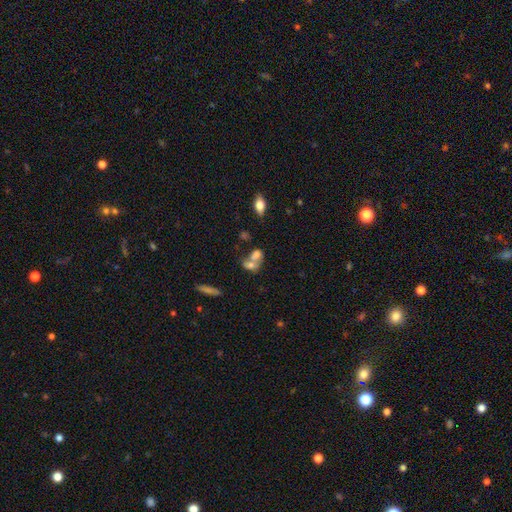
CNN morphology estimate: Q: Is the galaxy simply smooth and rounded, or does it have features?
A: smooth — 66%.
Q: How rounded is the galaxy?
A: in between — 72%.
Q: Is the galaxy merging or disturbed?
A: merger — 63%.